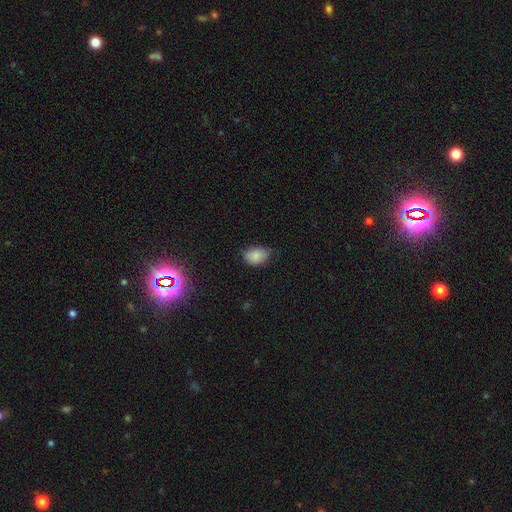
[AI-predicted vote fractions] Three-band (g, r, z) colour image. It shows a smooth galaxy with no disk features (84%) that is in between round and cigar-shaped (80%). Merging: none (66%).